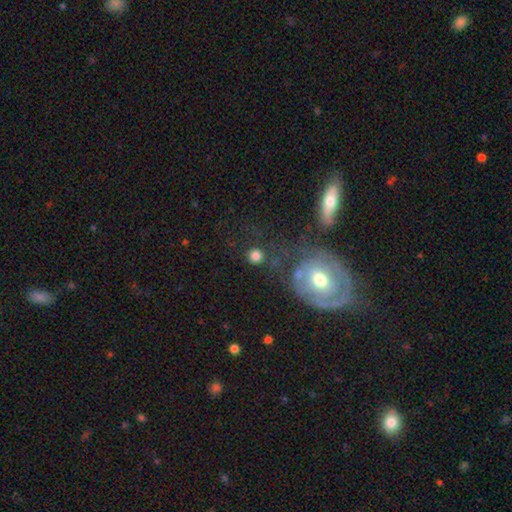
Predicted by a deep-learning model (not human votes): Smooth or featured: smooth — 79% (star or artifact — 11%)
How rounded: round — 93% (in between — 6%)
Merging: none — 75% (minor disturbance — 10%)